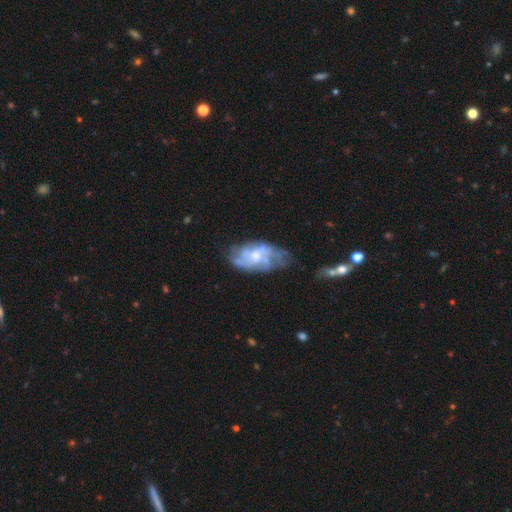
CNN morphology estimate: A featured or disk galaxy (72%) with no bar (69%), spiral arms (69%) and a moderate central bulge (48%).

Vote fractions:
- Smooth or featured? featured or disk: 72% / smooth: 21% / star or artifact: 7%
- Edge-on disk? no: 95% / yes: 5%
- Bar? no: 69% / weak: 27% / strong: 4%
- Spiral arms? yes: 69% / no: 31%
- Bulge size? moderate: 48% / small: 41% / none: 6% / large: 4% / dominant: 1%
- Merging? none: 51% / minor disturbance: 27% / major disturbance: 18% / merger: 4%